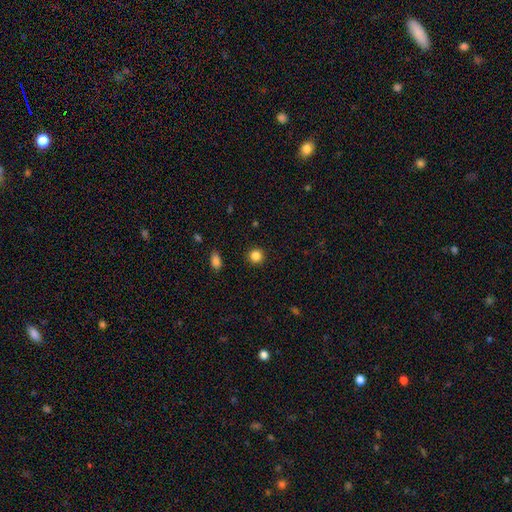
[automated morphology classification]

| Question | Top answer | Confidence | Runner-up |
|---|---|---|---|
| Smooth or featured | smooth | 85% | star or artifact (11%) |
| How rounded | round | 93% | in between (6%) |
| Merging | none | 92% | minor disturbance (5%) |